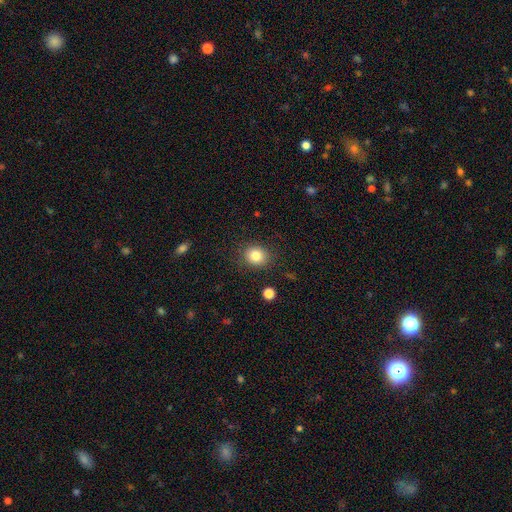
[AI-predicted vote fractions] Smooth or featured? Predicted: smooth (p=0.83). How rounded? Predicted: round (p=0.72). Merging? Predicted: none (p=0.87).